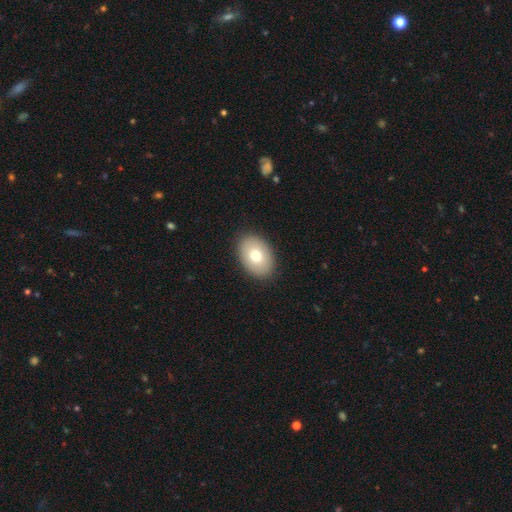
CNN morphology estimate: A smooth galaxy with no disk features (74%) that is in between round and cigar-shaped (83%). Merging: none (89%).